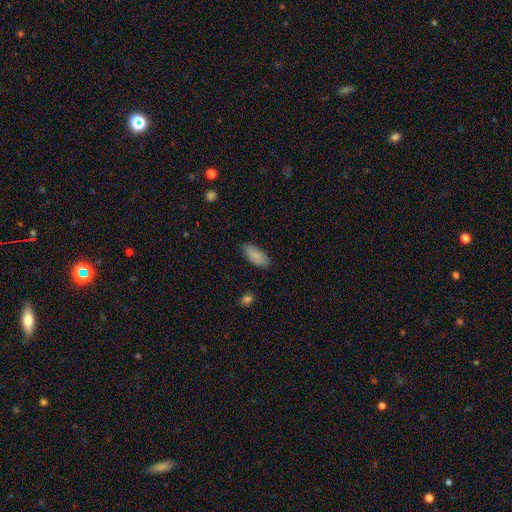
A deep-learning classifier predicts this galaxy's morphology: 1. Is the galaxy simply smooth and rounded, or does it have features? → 85% smooth, 8% featured or disk, 6% star or artifact.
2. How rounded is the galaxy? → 85% in between, 13% cigar-shaped, 2% round.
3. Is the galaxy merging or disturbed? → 83% none, 14% minor disturbance, 2% major disturbance, 1% merger.